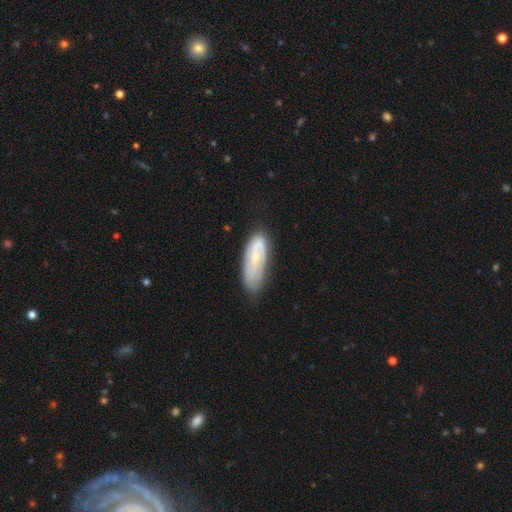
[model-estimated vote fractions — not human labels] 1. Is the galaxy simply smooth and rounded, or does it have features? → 47% smooth, 46% featured or disk, 7% star or artifact.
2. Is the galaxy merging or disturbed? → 66% none, 26% minor disturbance, 6% major disturbance, 2% merger.